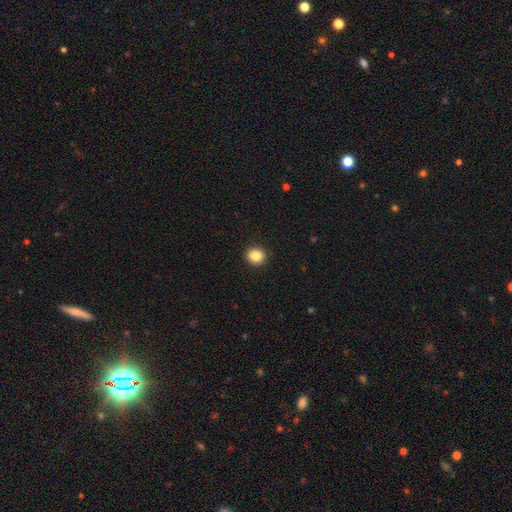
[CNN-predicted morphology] This is clearly a smooth galaxy (86%). How rounded: clearly round (85%). Merging: clearly none (92%).